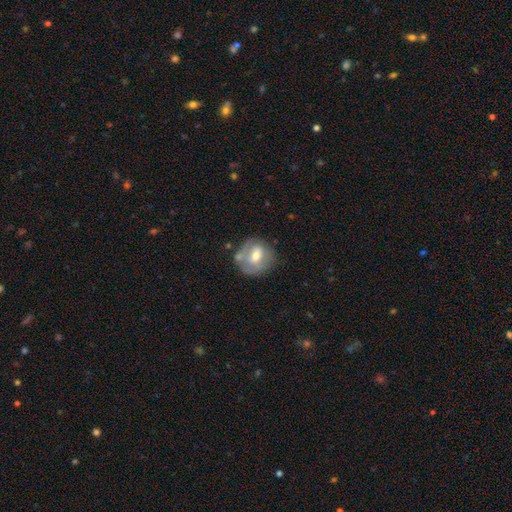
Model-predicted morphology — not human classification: type=smooth (50%); roundness=round (79%); merging=none (62%).